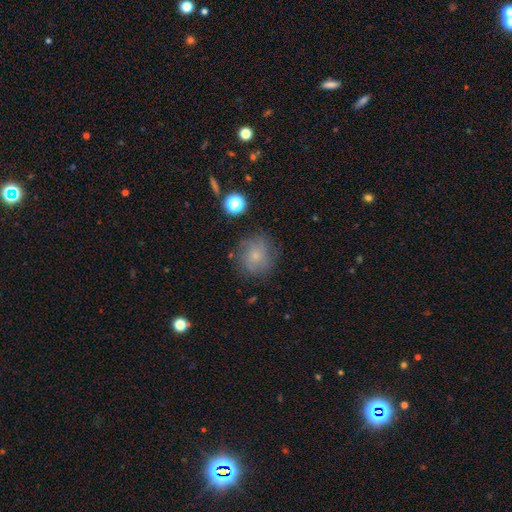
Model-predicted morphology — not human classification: Smooth or featured: smooth — 64% (featured or disk — 22%)
How rounded: round — 89% (in between — 10%)
Merging: none — 75% (minor disturbance — 16%)